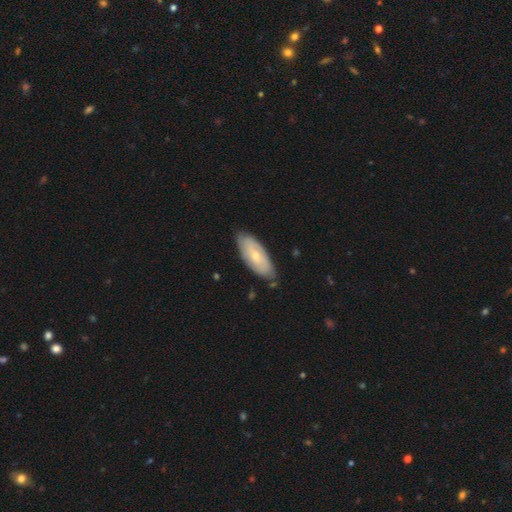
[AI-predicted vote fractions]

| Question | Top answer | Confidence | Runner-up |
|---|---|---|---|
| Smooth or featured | smooth | 50% | featured or disk (45%) |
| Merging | none | 76% | minor disturbance (19%) |